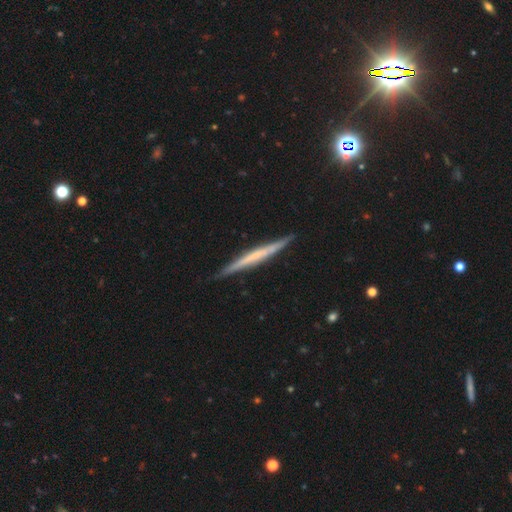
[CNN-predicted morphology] Smooth or featured?
  - featured or disk: 60% *
  - smooth: 34%
  - star or artifact: 6%
Edge-on disk?
  - yes: 97% *
  - no: 3%
Edge-on bulge?
  - none: 76% *
  - rounded: 15%
  - boxy: 9%
Merging?
  - none: 90% *
  - minor disturbance: 7%
  - major disturbance: 1%
  - merger: 1%